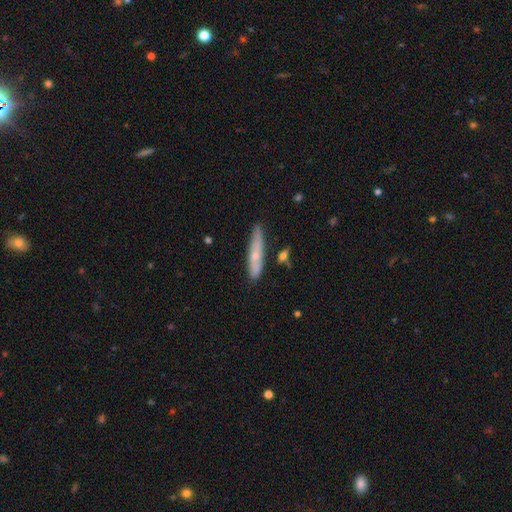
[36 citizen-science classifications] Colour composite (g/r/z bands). It shows a smooth galaxy with no disk features (67%) that is cigar-shaped (92%). Merging: none (74%).